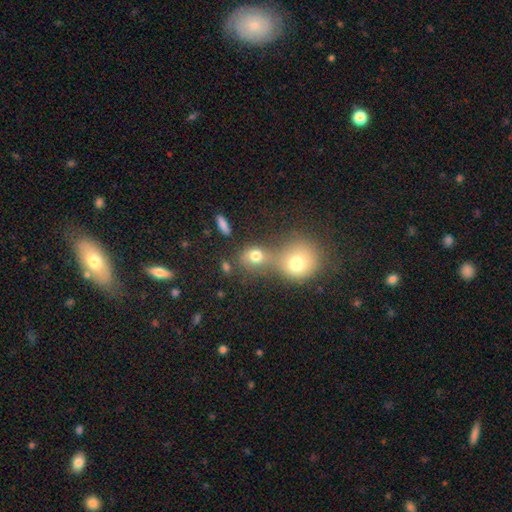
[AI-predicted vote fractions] Smooth or featured? Predicted: smooth (p=0.74). How rounded? Predicted: round (p=0.69). Merging? Predicted: merger (p=0.55).